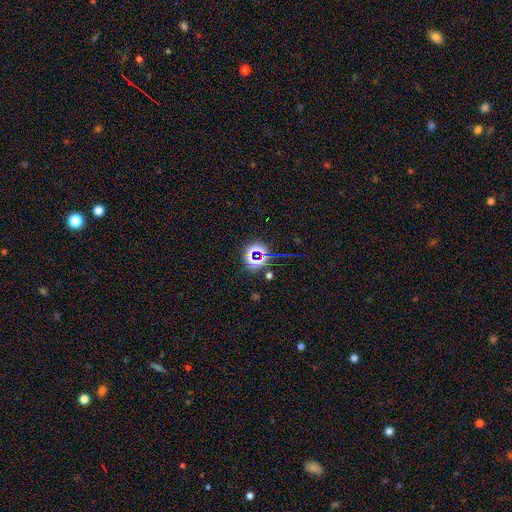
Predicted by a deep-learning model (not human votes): A star or artifact, not a galaxy (69%).